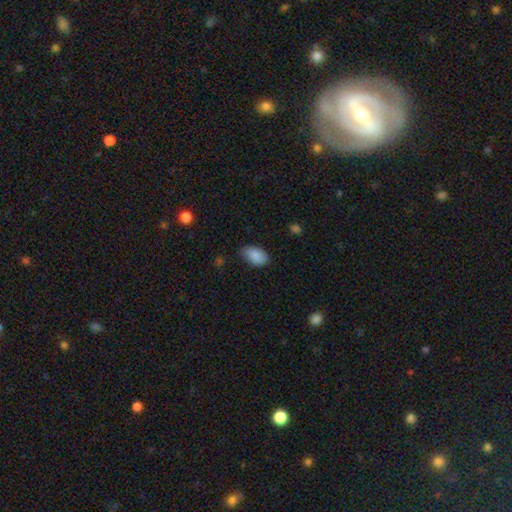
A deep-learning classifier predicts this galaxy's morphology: Smooth or featured? Predicted: smooth (p=0.88). How rounded? Predicted: in between (p=0.93). Merging? Predicted: none (p=0.75).